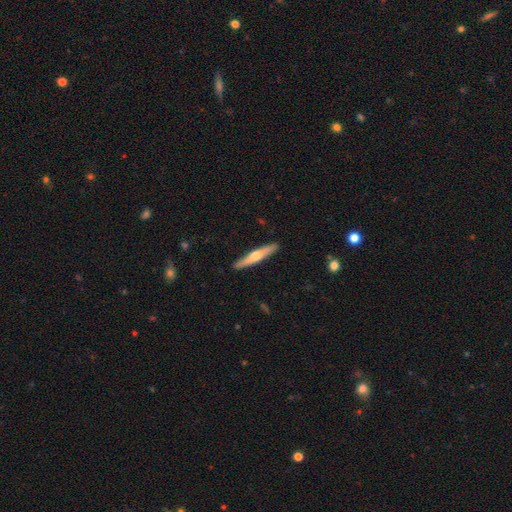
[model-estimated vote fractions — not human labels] Overall: featured or disk (56%; smooth 39%). Edge-on disk: yes (95%). Edge-on bulge: rounded (89%). Merging: none (90%).